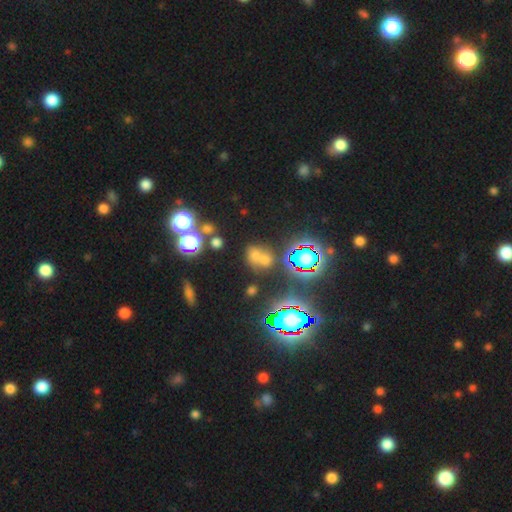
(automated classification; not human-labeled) Smooth or featured?
  - smooth: 50% *
  - star or artifact: 38%
  - featured or disk: 12%
Merging?
  - none: 49% *
  - merger: 35%
  - minor disturbance: 11%
  - major disturbance: 6%